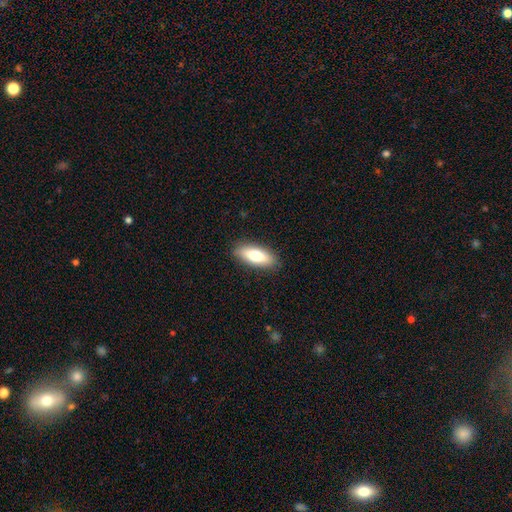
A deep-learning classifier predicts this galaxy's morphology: smooth 75%, featured or disk 19%, star or artifact 6%. Down the decision tree: how rounded — in between (70%); merging — none (88%).